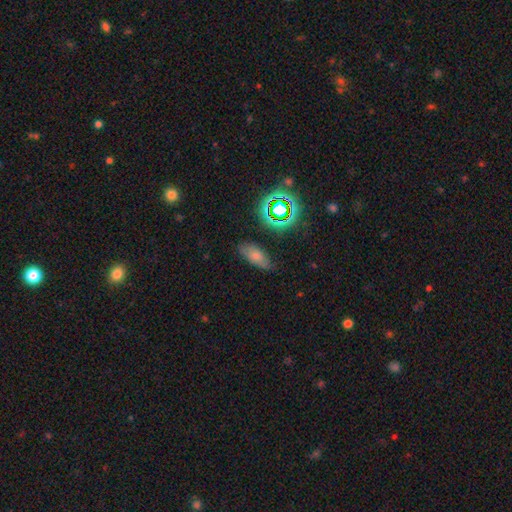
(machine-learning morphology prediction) Overall: smooth (47%; star or artifact 30%). Merging: none (78%).